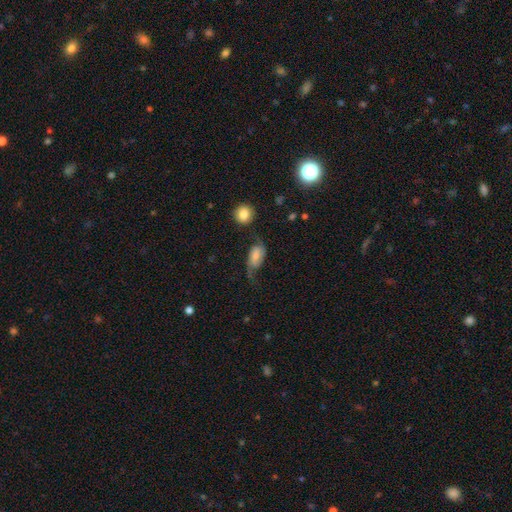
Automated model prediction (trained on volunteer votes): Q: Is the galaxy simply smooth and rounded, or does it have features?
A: featured or disk — 56%.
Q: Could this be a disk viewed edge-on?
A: no — 95%.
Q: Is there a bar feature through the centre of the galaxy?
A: no — 46%.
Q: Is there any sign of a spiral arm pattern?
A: yes — 90%.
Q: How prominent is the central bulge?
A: small — 38%.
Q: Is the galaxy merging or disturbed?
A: none — 49%.